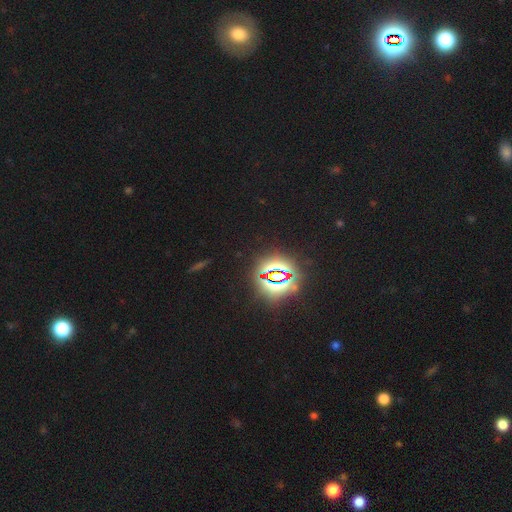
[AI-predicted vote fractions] Q: Smooth or featured?
A: star or artifact (82%); runner-up: smooth (12%)